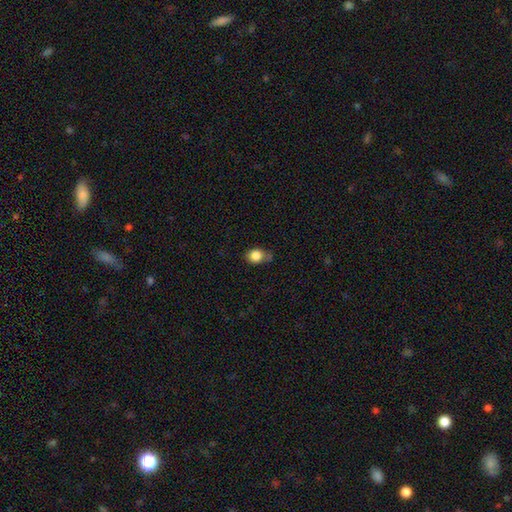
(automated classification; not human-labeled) Smooth or featured?
  - smooth: 84% *
  - star or artifact: 10%
  - featured or disk: 6%
How rounded?
  - round: 63% *
  - in between: 36%
  - cigar-shaped: 1%
Merging?
  - none: 58% *
  - minor disturbance: 27%
  - merger: 8%
  - major disturbance: 7%